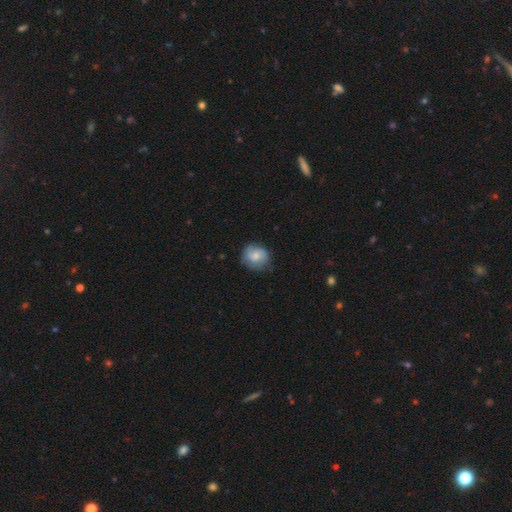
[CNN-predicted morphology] A smooth galaxy with no disk features (71%) that is round (78%). Merging: none (70%).